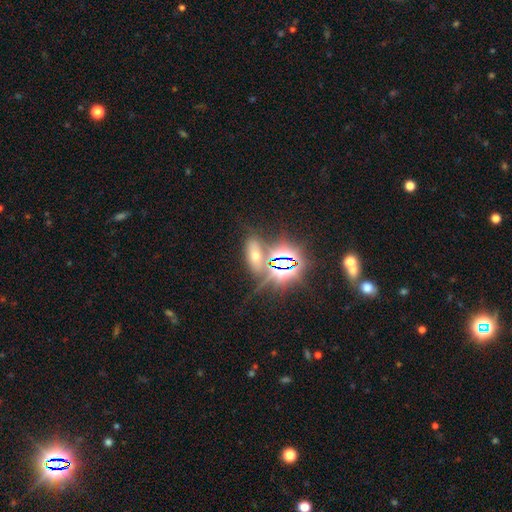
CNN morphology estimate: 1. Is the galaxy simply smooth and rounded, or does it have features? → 45% star or artifact, 37% smooth, 17% featured or disk.